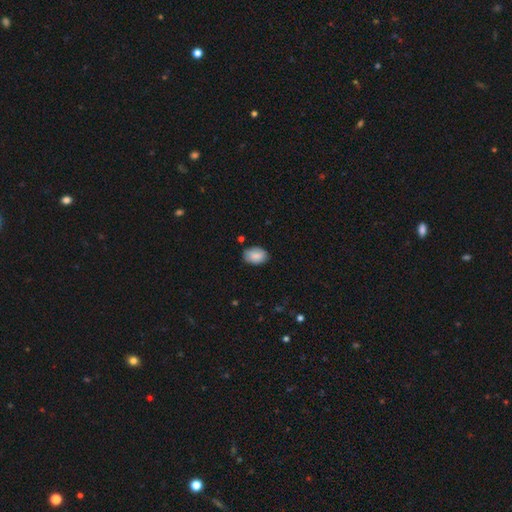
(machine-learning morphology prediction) Smooth or featured? smooth (86%)
How rounded? in between (80%)
Merging? none (75%)